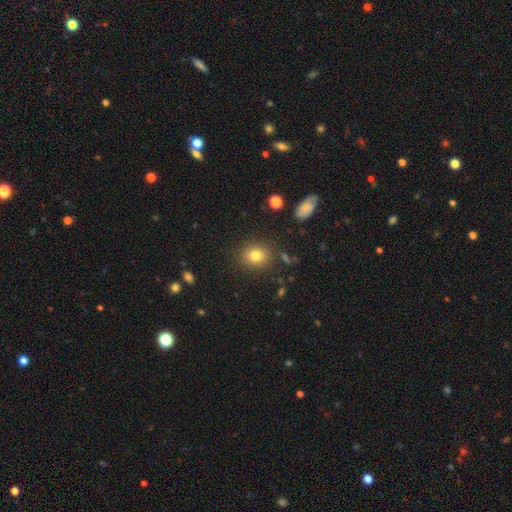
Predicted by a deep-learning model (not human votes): smooth_or_featured: smooth (p=0.80) [alt: star or artifact p=0.12]
how_rounded: round (p=0.76) [alt: in between p=0.23]
merging: none (p=0.87) [alt: minor disturbance p=0.08]